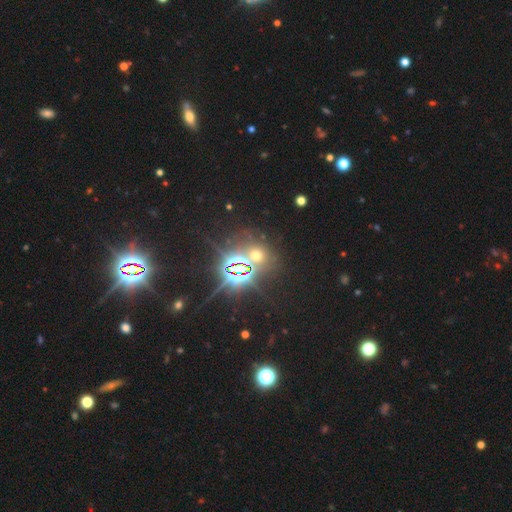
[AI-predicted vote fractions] Smooth or featured? Predicted: star or artifact (p=0.65).